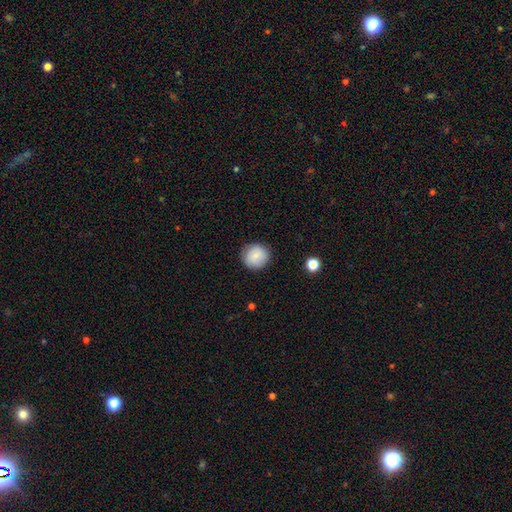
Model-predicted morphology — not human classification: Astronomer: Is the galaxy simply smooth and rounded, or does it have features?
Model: smooth — 83%.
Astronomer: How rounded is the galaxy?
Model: round — 92%.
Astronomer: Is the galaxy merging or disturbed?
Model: none — 89%.